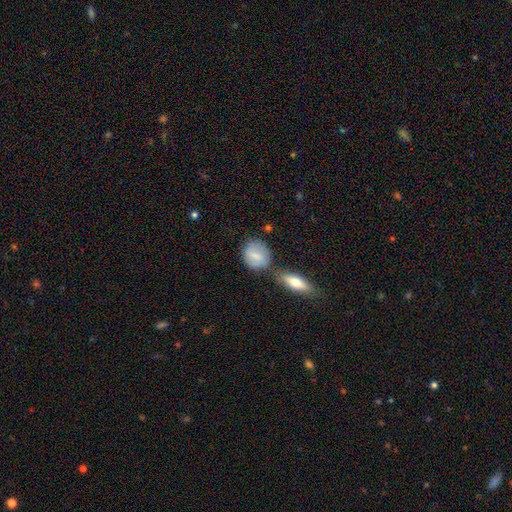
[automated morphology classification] Smooth or featured?
  - smooth: 71% *
  - featured or disk: 22%
  - star or artifact: 7%
How rounded?
  - round: 59% *
  - in between: 37%
  - cigar-shaped: 3%
Merging?
  - none: 59% *
  - merger: 18%
  - minor disturbance: 18%
  - major disturbance: 5%